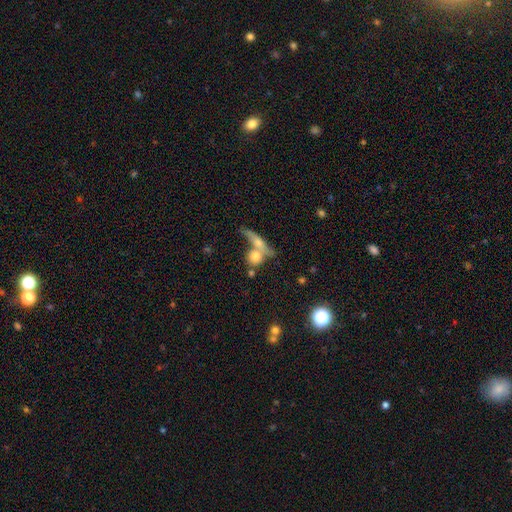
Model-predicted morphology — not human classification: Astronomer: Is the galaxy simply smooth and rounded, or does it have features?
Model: smooth — 71%.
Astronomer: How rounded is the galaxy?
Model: round — 63%.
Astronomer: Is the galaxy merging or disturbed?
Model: merger — 49% (runner-up: none, 37%).